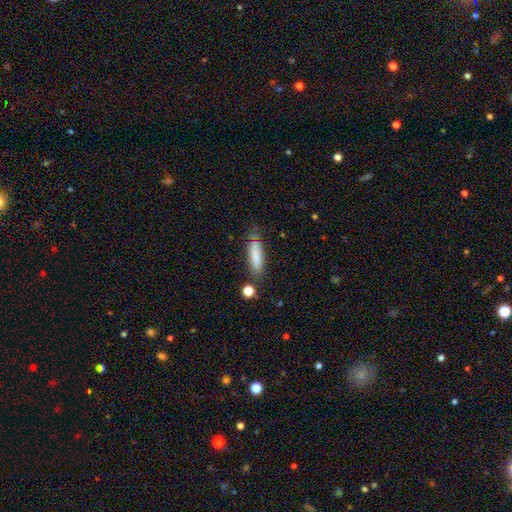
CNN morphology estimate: Smooth or featured: smooth — 80% (featured or disk — 13%)
How rounded: cigar-shaped — 59% (in between — 39%)
Merging: none — 68% (minor disturbance — 20%)